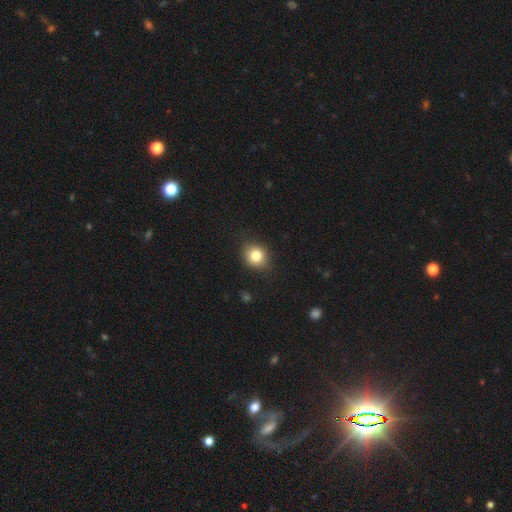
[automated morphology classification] smooth-or-featured: smooth: 81% | star or artifact: 10% | featured or disk: 9%
  how-rounded: round: 73% | in between: 26% | cigar-shaped: 1%
  merging: none: 84% | minor disturbance: 13% | major disturbance: 3% | merger: 1%